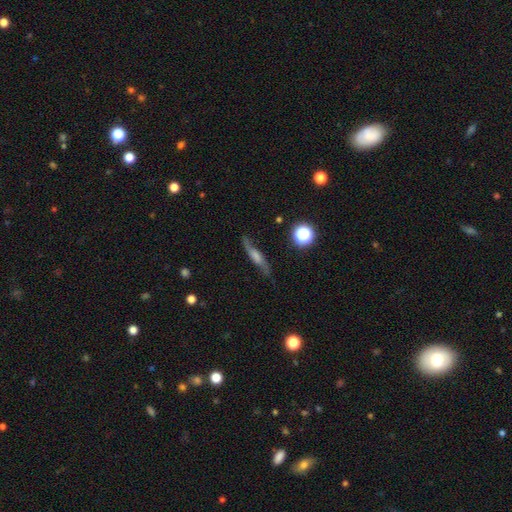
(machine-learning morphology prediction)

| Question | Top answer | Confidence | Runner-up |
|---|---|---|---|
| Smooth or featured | featured or disk | 67% | smooth (23%) |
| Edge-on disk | yes | 51% | no (49%) |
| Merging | none | 77% | minor disturbance (16%) |